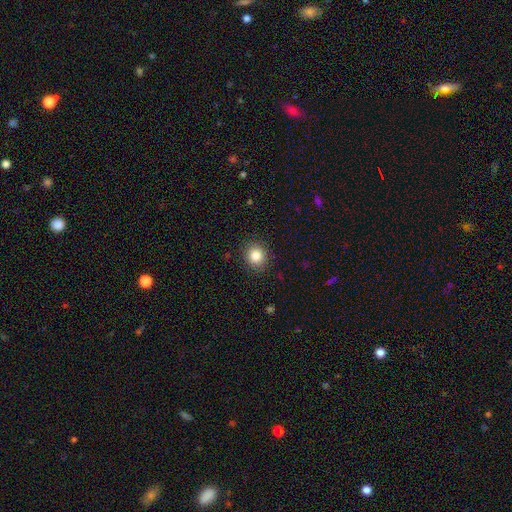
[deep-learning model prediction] This is clearly a smooth galaxy (84%). How rounded: clearly round (84%). Merging: clearly none (90%).